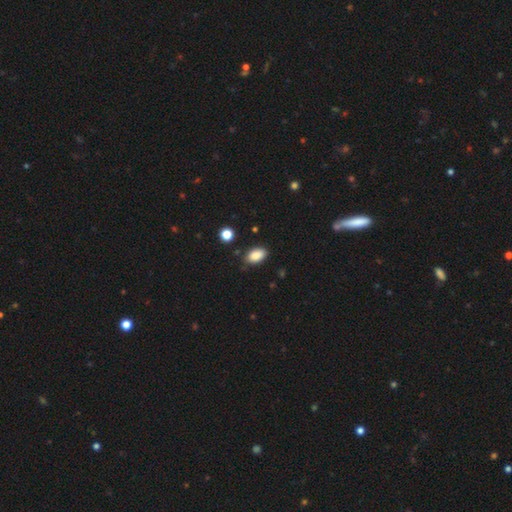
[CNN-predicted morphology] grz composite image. It shows a smooth galaxy with no disk features (87%) that is in between round and cigar-shaped (91%). Merging: none (82%).